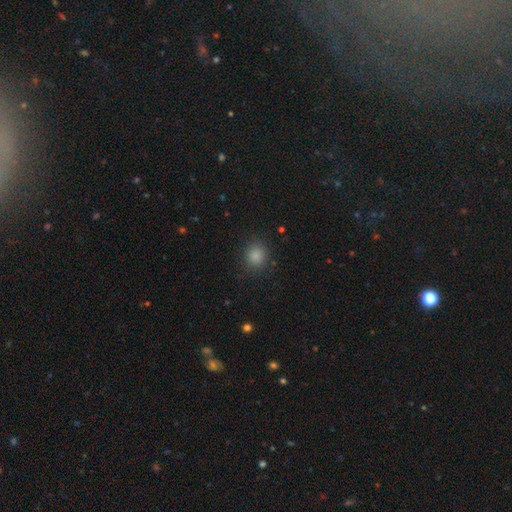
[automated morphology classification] smooth_or_featured: smooth (p=0.85) [alt: star or artifact p=0.11]
how_rounded: round (p=0.82) [alt: in between p=0.17]
merging: none (p=0.85) [alt: minor disturbance p=0.10]